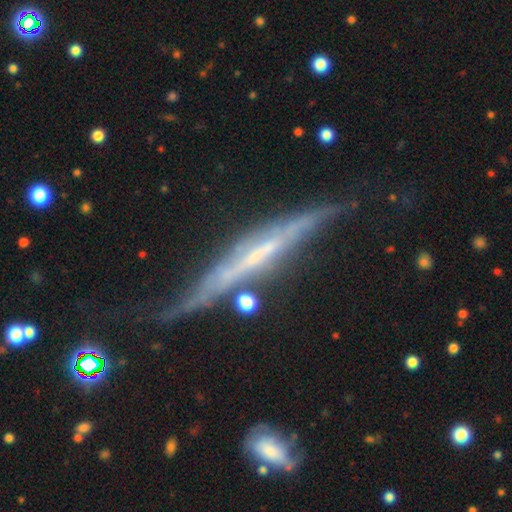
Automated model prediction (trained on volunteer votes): The model was most divided on "edge-on bulge": none: 59%, rounded: 24%, boxy: 17%. More confident: edge-on disk — yes (93%); smooth or featured — featured or disk (79%); merging — none (65%).